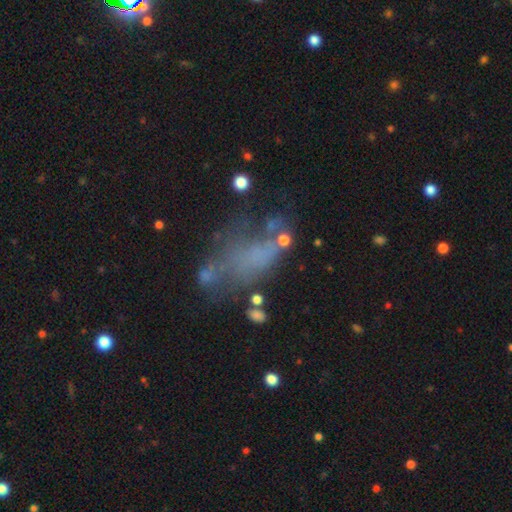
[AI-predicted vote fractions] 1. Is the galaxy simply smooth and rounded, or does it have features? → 39% featured or disk, 38% smooth, 22% star or artifact.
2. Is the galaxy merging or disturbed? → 36% none, 32% major disturbance, 20% minor disturbance, 12% merger.